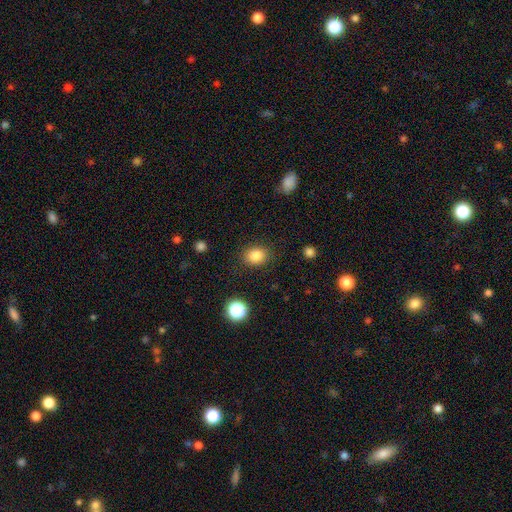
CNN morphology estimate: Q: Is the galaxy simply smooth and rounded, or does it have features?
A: smooth — 85%.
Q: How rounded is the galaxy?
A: in between — 51%.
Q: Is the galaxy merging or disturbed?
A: none — 85%.